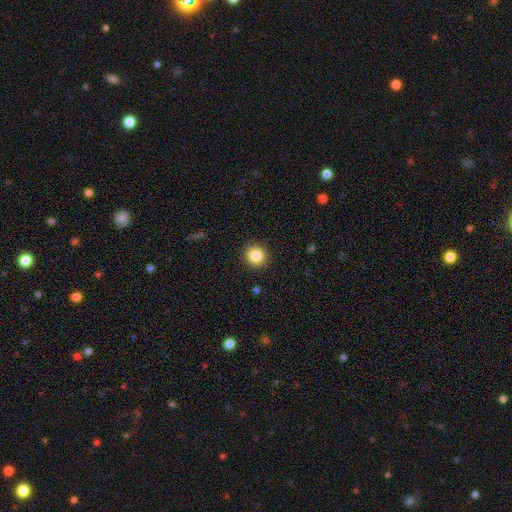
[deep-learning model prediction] Morphology: type=smooth (85%); roundness=round (91%); merging=none (92%).